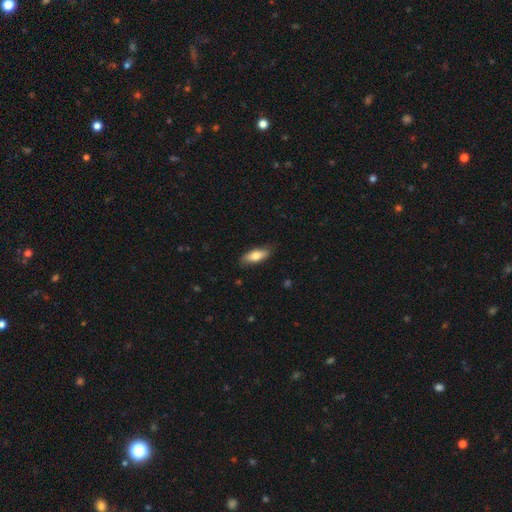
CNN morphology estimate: smooth 75%, featured or disk 19%, star or artifact 6%. Down the decision tree: how rounded — in between (75%); merging — none (82%).